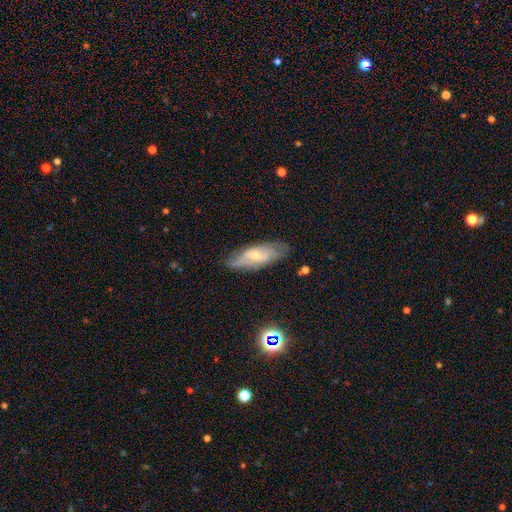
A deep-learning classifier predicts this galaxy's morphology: The model was most divided on "smooth or featured": featured or disk: 61%, smooth: 32%, star or artifact: 7%. More confident: edge-on disk — no (81%); merging — none (70%).